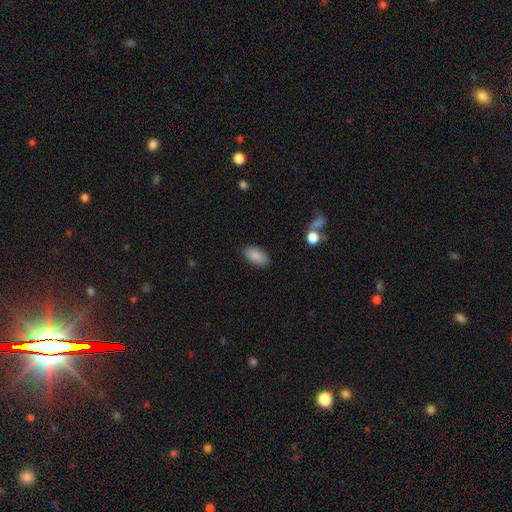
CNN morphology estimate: A smooth galaxy with no disk features (88%) that is in between round and cigar-shaped (93%). Merging: none (87%).